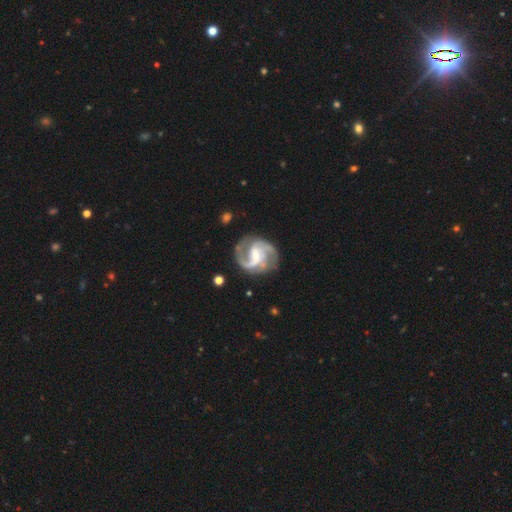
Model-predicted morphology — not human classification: featured or disk 91%, smooth 5%, star or artifact 4%. Down the decision tree: edge-on disk — no (98%); bar — weak (46%); spiral arms — yes (98%); spiral arm count — 2 (75%); spiral winding — medium (56%); bulge size — small (56%); merging — none (75%).